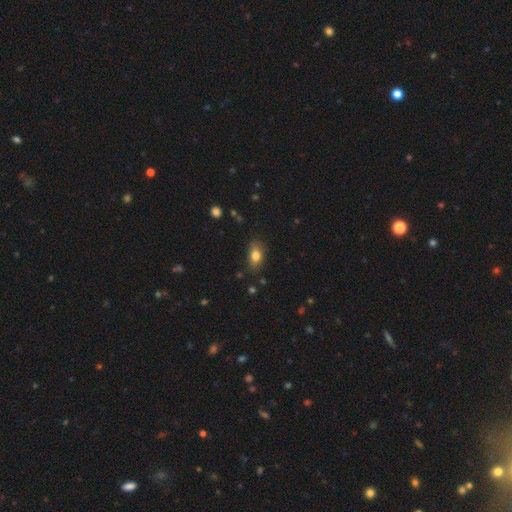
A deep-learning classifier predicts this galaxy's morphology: Q: Smooth or featured?
A: smooth (81%); runner-up: featured or disk (10%)
Q: How rounded?
A: in between (84%); runner-up: round (11%)
Q: Merging?
A: none (79%); runner-up: minor disturbance (16%)